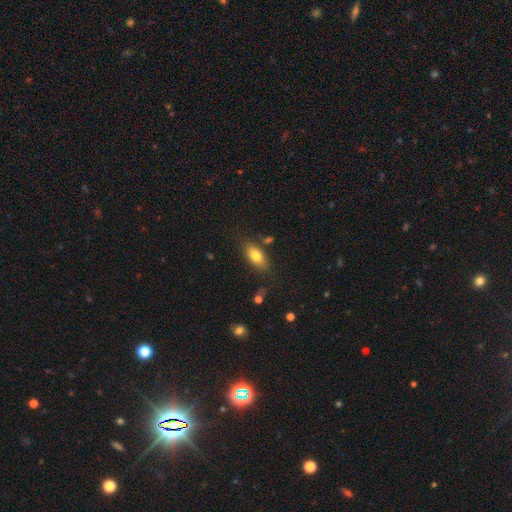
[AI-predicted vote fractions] This appears to be a smooth galaxy with no disk features (79%) that is in between round and cigar-shaped (88%). Merging: none (78%).